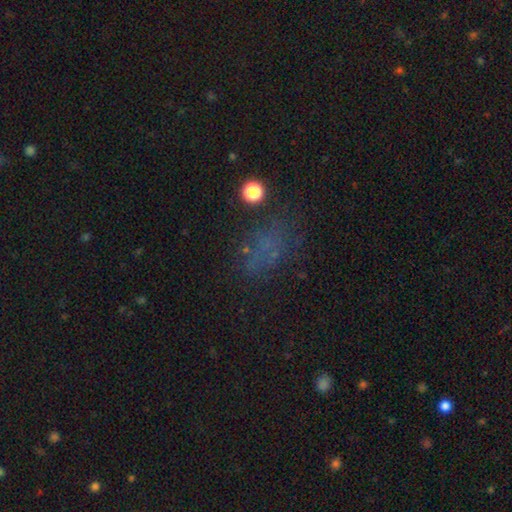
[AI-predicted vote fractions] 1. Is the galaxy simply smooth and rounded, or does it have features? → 44% smooth, 38% star or artifact, 18% featured or disk.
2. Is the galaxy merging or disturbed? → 58% none, 18% minor disturbance, 18% major disturbance, 6% merger.